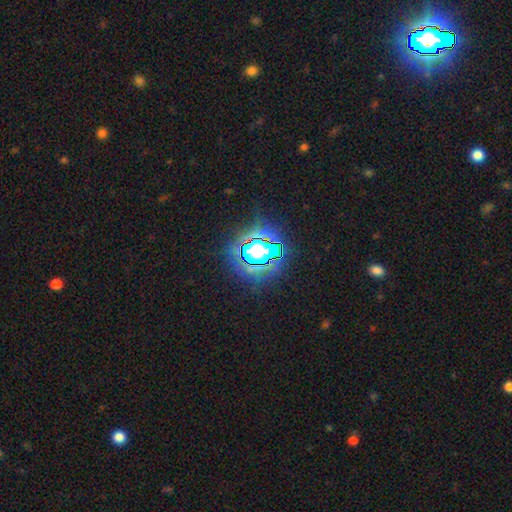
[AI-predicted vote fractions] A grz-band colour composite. It shows a star or artifact, not a galaxy (81%).